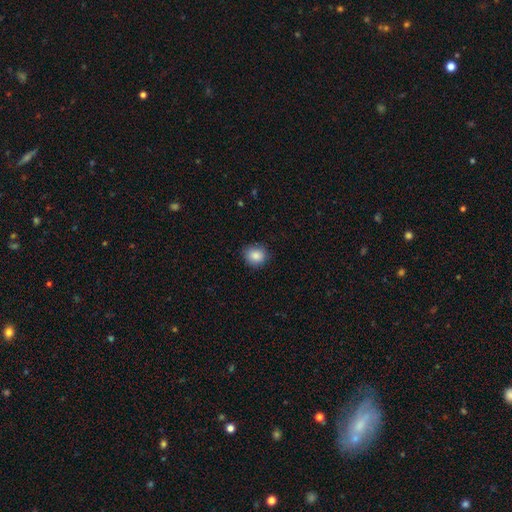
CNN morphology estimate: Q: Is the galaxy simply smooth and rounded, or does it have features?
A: smooth — 87%.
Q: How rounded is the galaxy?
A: round — 77%.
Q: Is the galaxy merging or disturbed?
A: none — 86%.